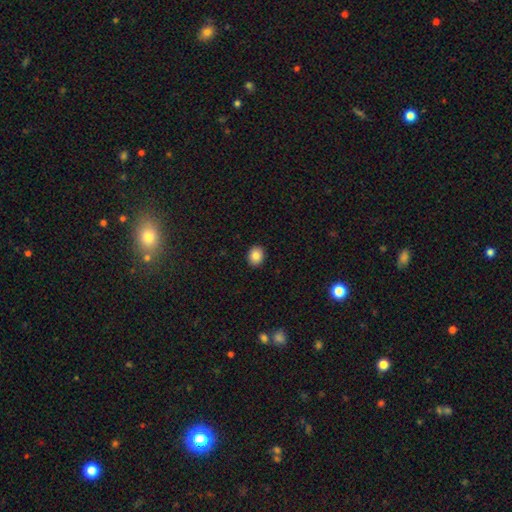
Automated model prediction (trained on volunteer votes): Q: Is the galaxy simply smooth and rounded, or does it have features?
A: smooth — 85%.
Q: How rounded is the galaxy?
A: round — 63%.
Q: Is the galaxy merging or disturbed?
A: none — 92%.